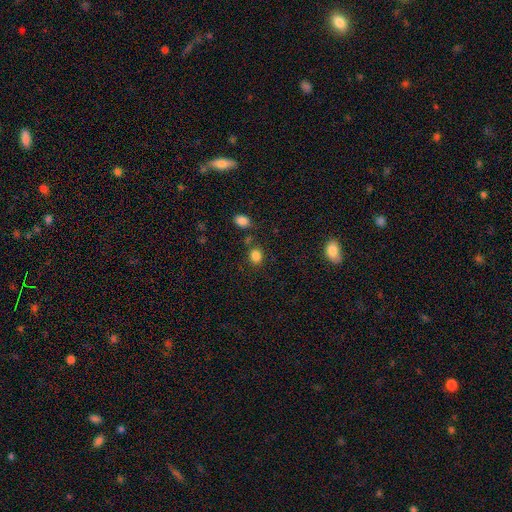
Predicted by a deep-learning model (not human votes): smooth-or-featured: smooth: 84% | star or artifact: 12% | featured or disk: 5%
  how-rounded: round: 58% | in between: 41% | cigar-shaped: 1%
  merging: none: 78% | minor disturbance: 11% | merger: 7% | major disturbance: 4%